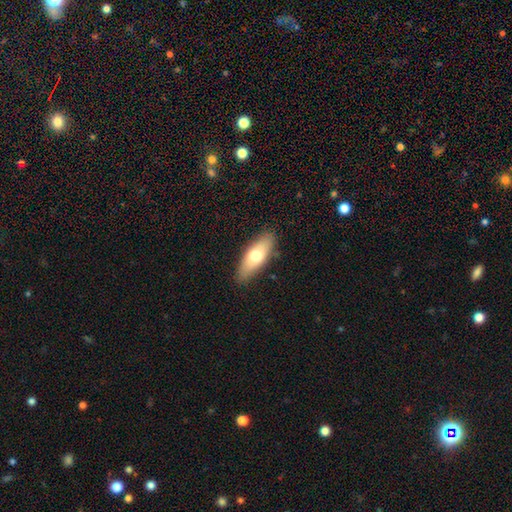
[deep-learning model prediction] Smooth or featured? smooth (68%)
How rounded? in between (66%)
Merging? none (87%)